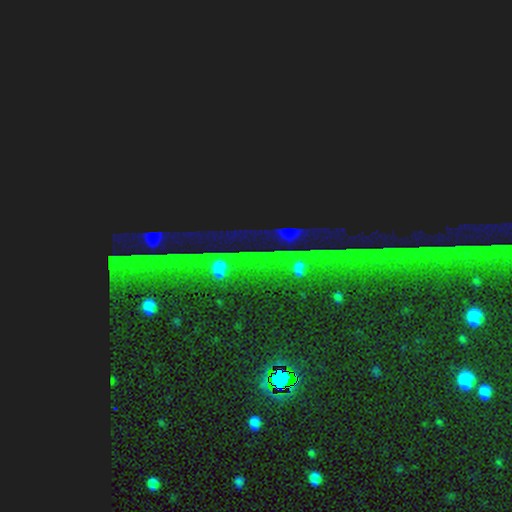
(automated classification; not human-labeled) This appears to be a star or artifact, not a galaxy (85%).